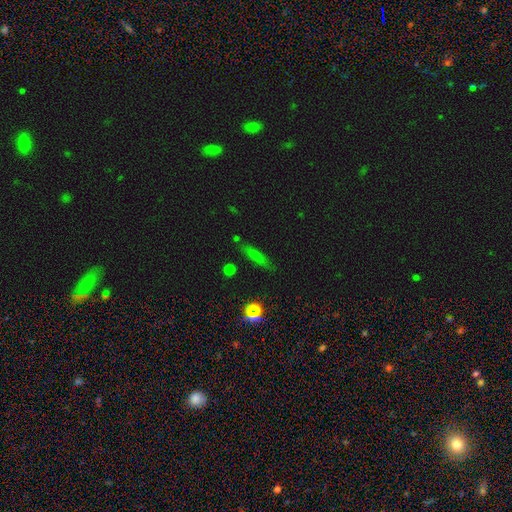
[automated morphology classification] A smooth galaxy with no disk features (65%) that is cigar-shaped (76%). Merging: none (79%).